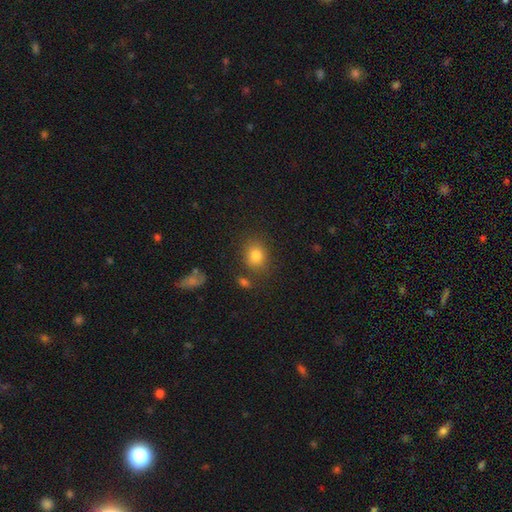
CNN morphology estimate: A smooth galaxy with no disk features (83%) that is round (59%).

Vote fractions:
- Smooth or featured? smooth: 83% / star or artifact: 11% / featured or disk: 6%
- How rounded? round: 59% / in between: 40% / cigar-shaped: 1%
- Merging? none: 76% / minor disturbance: 13% / merger: 6% / major disturbance: 5%